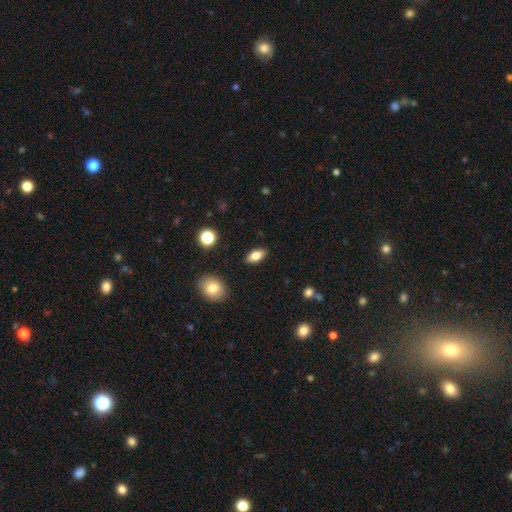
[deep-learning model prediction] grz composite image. It shows a smooth galaxy with no disk features (78%) that is in between round and cigar-shaped (87%). Merging: none (88%).